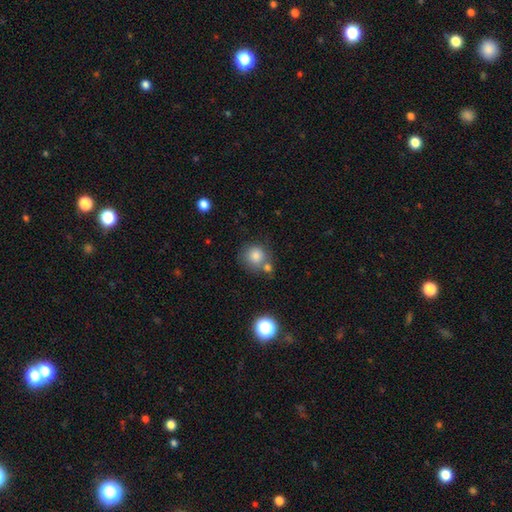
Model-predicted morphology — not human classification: This is clearly a smooth galaxy (80%). How rounded: clearly round (90%). Merging: possibly none (59%).